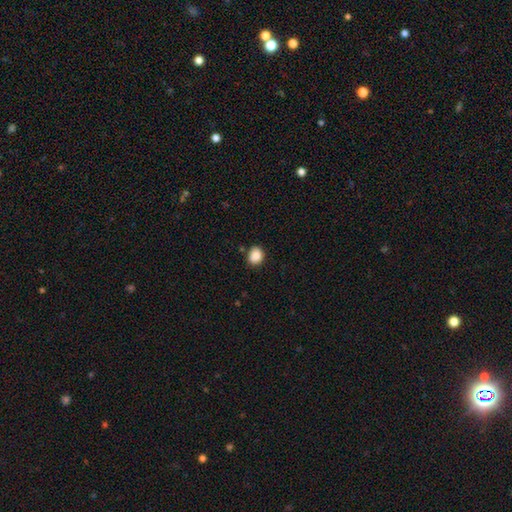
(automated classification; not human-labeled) Smooth or featured?
  - smooth: 88% *
  - star or artifact: 9%
  - featured or disk: 3%
How rounded?
  - round: 53% *
  - in between: 46%
  - cigar-shaped: 1%
Merging?
  - none: 82% *
  - minor disturbance: 12%
  - major disturbance: 3%
  - merger: 2%